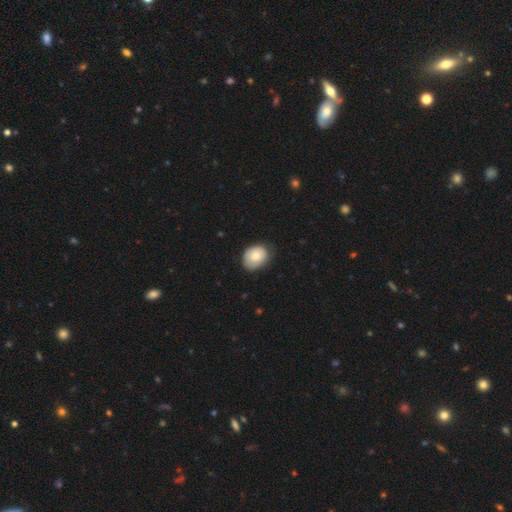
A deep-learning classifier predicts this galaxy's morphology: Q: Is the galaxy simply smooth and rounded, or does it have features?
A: smooth — 78%.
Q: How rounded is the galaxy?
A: in between — 61%.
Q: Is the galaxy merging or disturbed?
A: none — 71%.